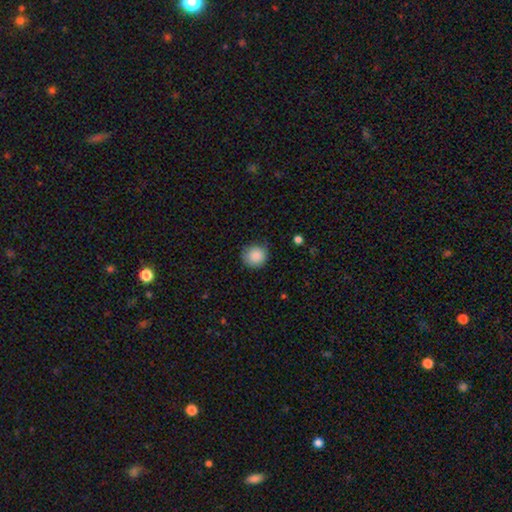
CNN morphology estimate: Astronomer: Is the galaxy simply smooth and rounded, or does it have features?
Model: smooth — 88%.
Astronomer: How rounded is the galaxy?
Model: round — 90%.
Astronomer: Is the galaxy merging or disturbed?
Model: none — 78%.